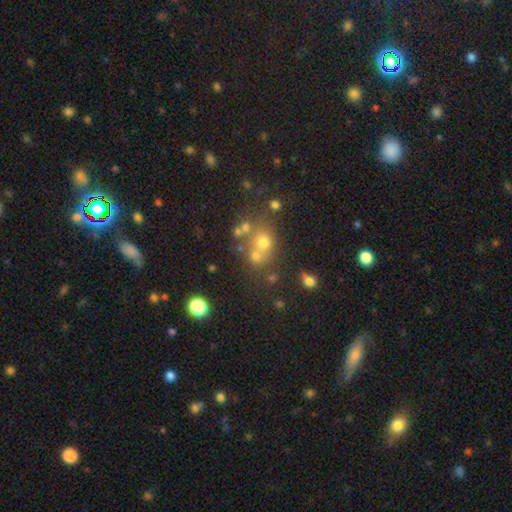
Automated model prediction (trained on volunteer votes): This appears to be a smooth galaxy with no disk features (60%) that is round (70%). Merging: none (47%).